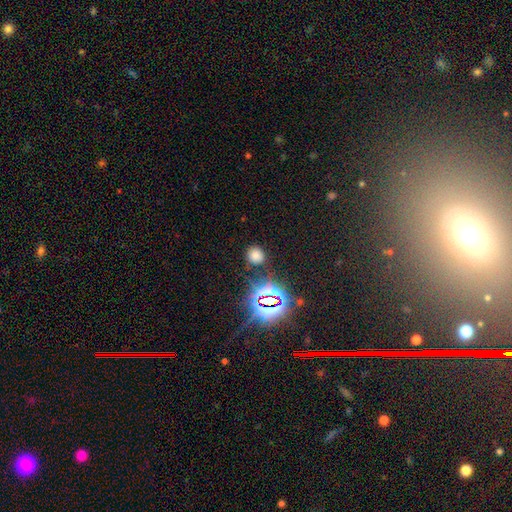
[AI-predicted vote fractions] A smooth galaxy with no disk features (66%) that is round (84%). Merging: none (84%).